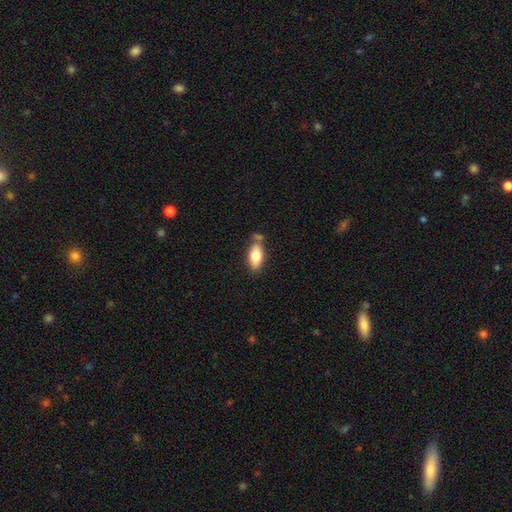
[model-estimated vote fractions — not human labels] Q: Smooth or featured?
A: smooth (76%); runner-up: featured or disk (18%)
Q: How rounded?
A: in between (87%); runner-up: cigar-shaped (10%)
Q: Merging?
A: none (61%); runner-up: minor disturbance (20%)